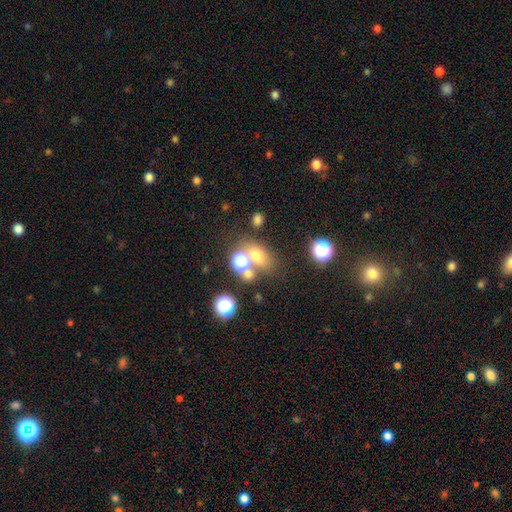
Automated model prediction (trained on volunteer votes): Smooth or featured?
  - smooth: 64% *
  - star or artifact: 23%
  - featured or disk: 14%
How rounded?
  - in between: 61% *
  - round: 36%
  - cigar-shaped: 2%
Merging?
  - none: 53% *
  - merger: 28%
  - minor disturbance: 12%
  - major disturbance: 6%